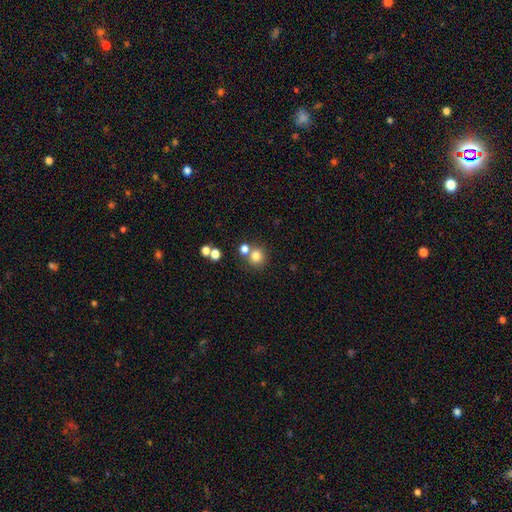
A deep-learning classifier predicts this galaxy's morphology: Smooth or featured: smooth — 77% (star or artifact — 14%)
How rounded: round — 89% (in between — 10%)
Merging: none — 63% (merger — 25%)